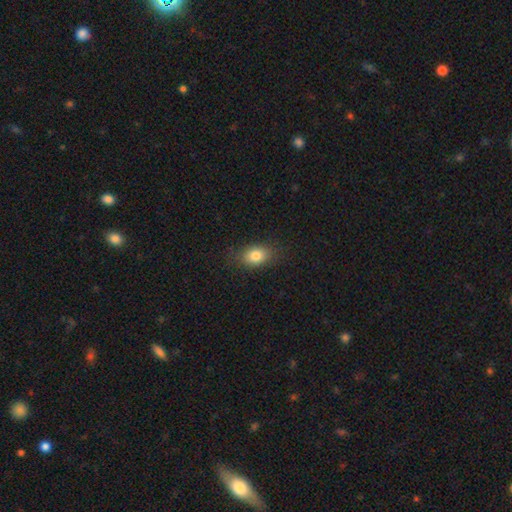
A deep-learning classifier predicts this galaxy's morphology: The model was most divided on "how rounded": in between: 79%, round: 19%, cigar-shaped: 2%. More confident: merging — none (84%); smooth or featured — smooth (82%).